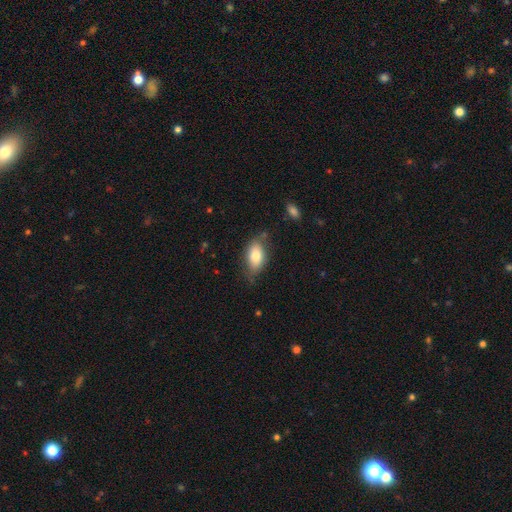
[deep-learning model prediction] Morphology: type=smooth (75%); roundness=in between (91%); merging=none (66%).